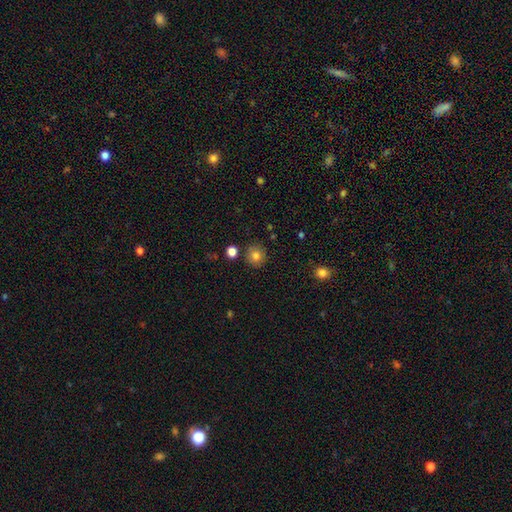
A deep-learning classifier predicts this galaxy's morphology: This appears to be a smooth galaxy with no disk features (81%) that is round (90%). Merging: none (85%).